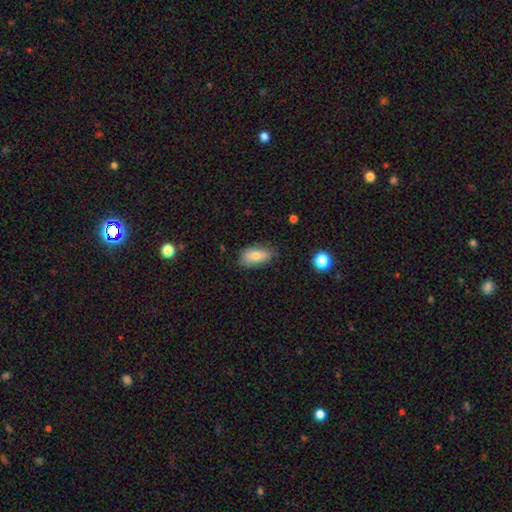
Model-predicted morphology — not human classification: Q: Smooth or featured?
A: smooth (75%); runner-up: featured or disk (17%)
Q: How rounded?
A: in between (86%); runner-up: cigar-shaped (10%)
Q: Merging?
A: none (73%); runner-up: minor disturbance (21%)